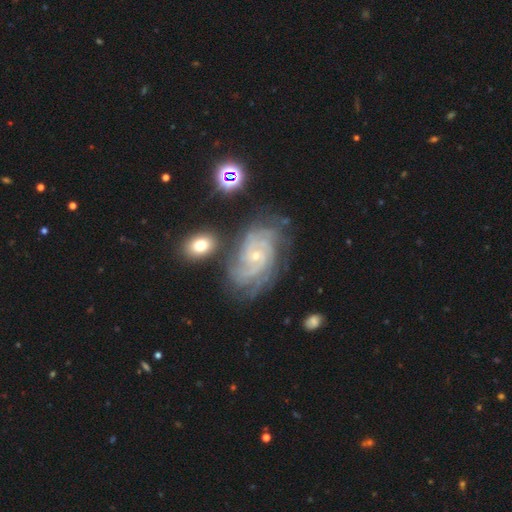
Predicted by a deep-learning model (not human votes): Overall: featured or disk (87%). Edge-on disk: no (97%). Bar: no (70%). Spiral arms: yes (97%). Spiral arm count: can't tell (27%; 4 22%). Spiral winding: tight (67%; medium 28%). Bulge size: small (77%). Merging: none (68%).